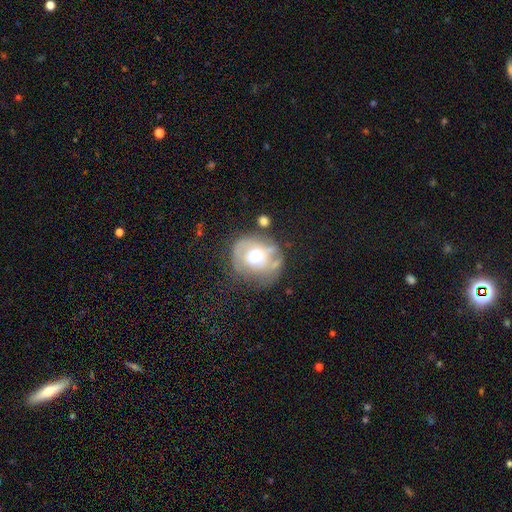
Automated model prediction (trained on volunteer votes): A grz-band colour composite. It shows a featured or disk galaxy (55%) with no bar (73%), spiral arms (50%, tied with no) and a moderate central bulge (66%). Merging: none (50%).